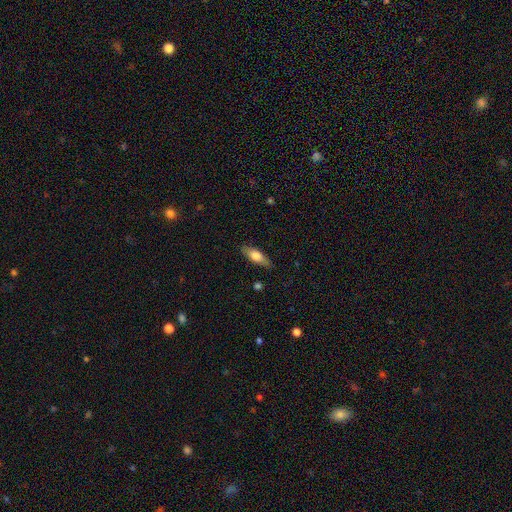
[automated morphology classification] Smooth or featured? Predicted: smooth (p=0.69). How rounded? Predicted: in between (p=0.62). Merging? Predicted: none (p=0.83).